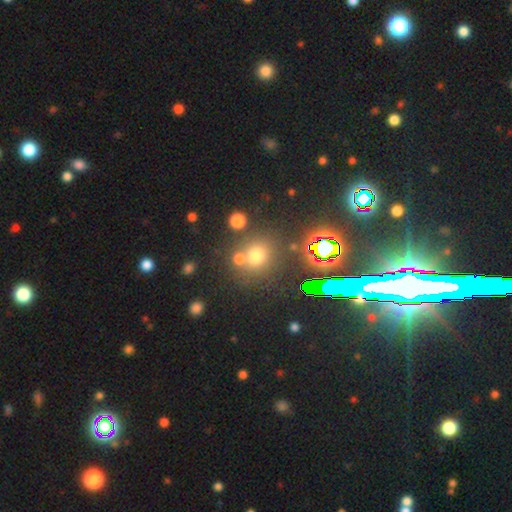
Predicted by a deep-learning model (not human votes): smooth_or_featured: smooth (p=0.65) [alt: star or artifact p=0.27]
how_rounded: round (p=0.84) [alt: in between p=0.15]
merging: none (p=0.66) [alt: merger p=0.20]